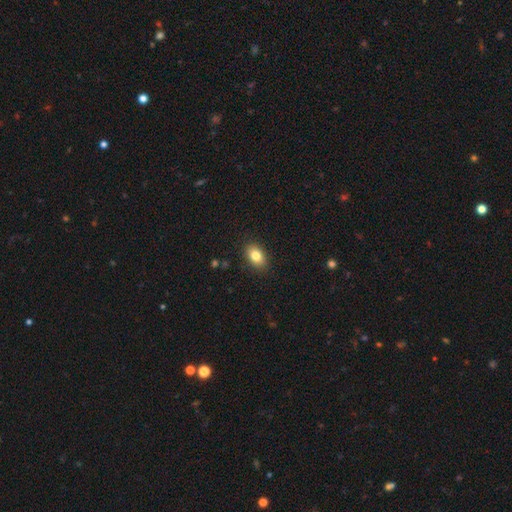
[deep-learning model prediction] Smooth or featured: smooth — 83% (featured or disk — 9%)
How rounded: in between — 85% (round — 13%)
Merging: none — 89% (minor disturbance — 8%)